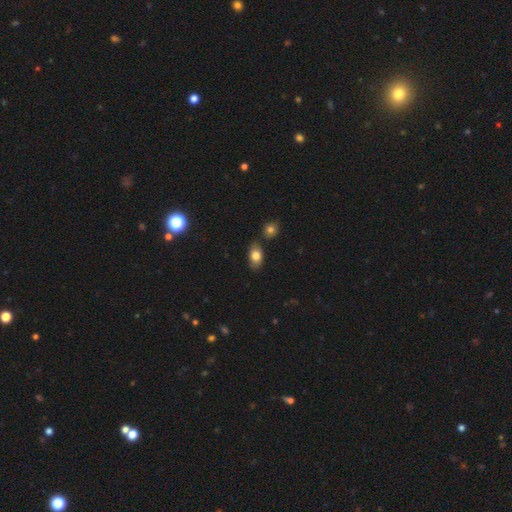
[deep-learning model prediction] Smooth or featured? Predicted: smooth (p=0.80). How rounded? Predicted: in between (p=0.87). Merging? Predicted: none (p=0.74).